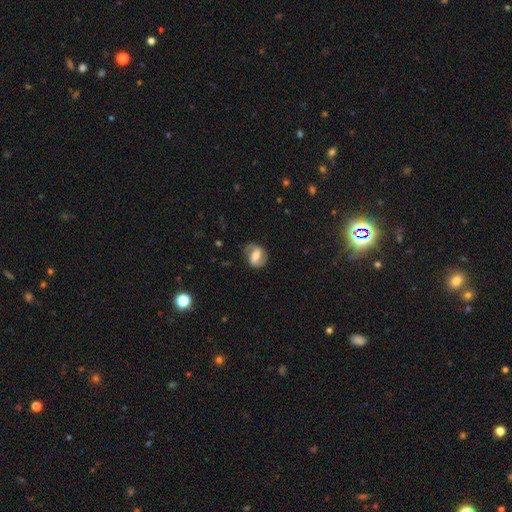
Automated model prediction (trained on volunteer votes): This is likely a featured or disk galaxy (68%). It is clearly not viewed edge-on (96%). Bar: marginally strong (43%). Spiral arm pattern: clearly yes (85%). Spiral arm count: clearly 2 (87%). Spiral winding: possibly medium (46%). Central bulge: possibly moderate (55%). Merging: likely none (77%).